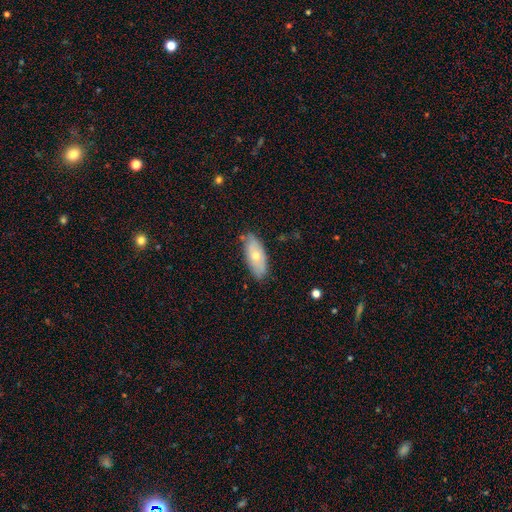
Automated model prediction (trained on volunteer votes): Q: Smooth or featured?
A: smooth (57%); runner-up: featured or disk (36%)
Q: How rounded?
A: in between (82%); runner-up: cigar-shaped (15%)
Q: Merging?
A: none (80%); runner-up: minor disturbance (16%)